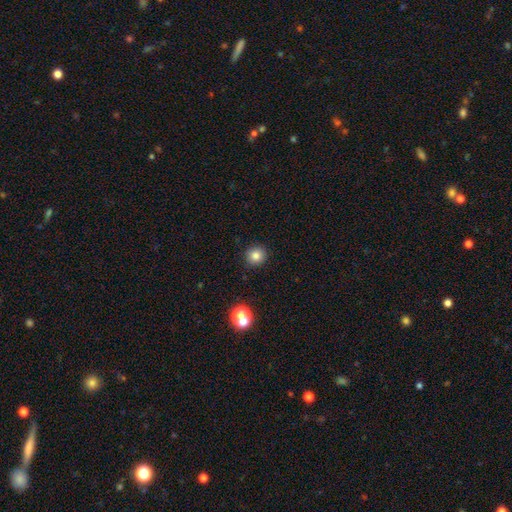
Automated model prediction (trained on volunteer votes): smooth 81%, star or artifact 12%, featured or disk 7%. Down the decision tree: how rounded — round (89%); merging — none (91%).